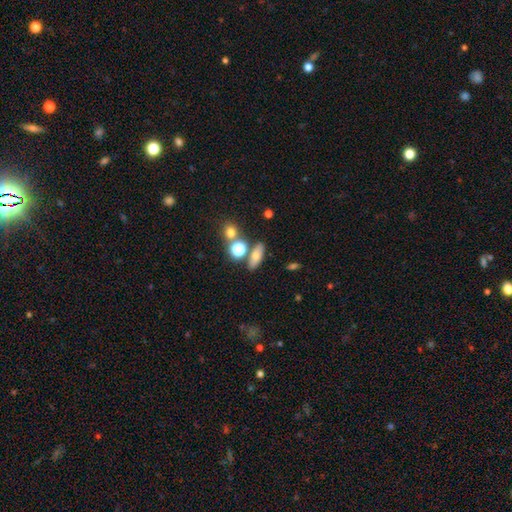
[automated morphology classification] smooth 68%, featured or disk 18%, star or artifact 14%. Down the decision tree: how rounded — in between (62%); merging — none (73%).